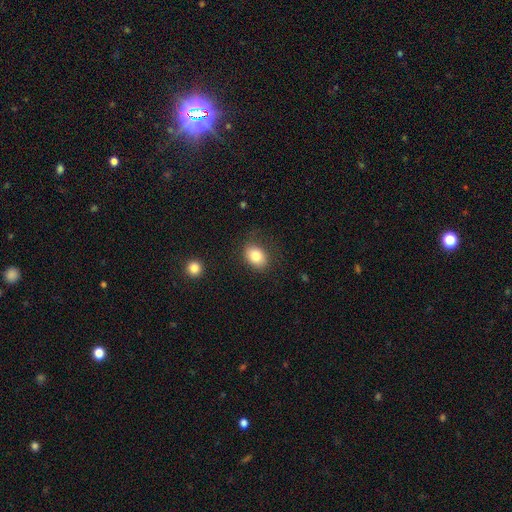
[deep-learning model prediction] Smooth or featured: smooth — 84% (star or artifact — 8%)
How rounded: in between — 69% (round — 30%)
Merging: none — 79% (minor disturbance — 15%)